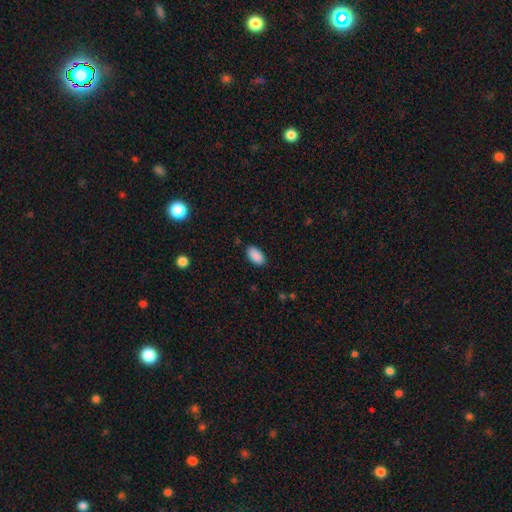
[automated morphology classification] The model was most divided on "merging": none: 85%, minor disturbance: 11%, major disturbance: 2%, merger: 1%. More confident: how rounded — in between (95%); smooth or featured — smooth (90%).